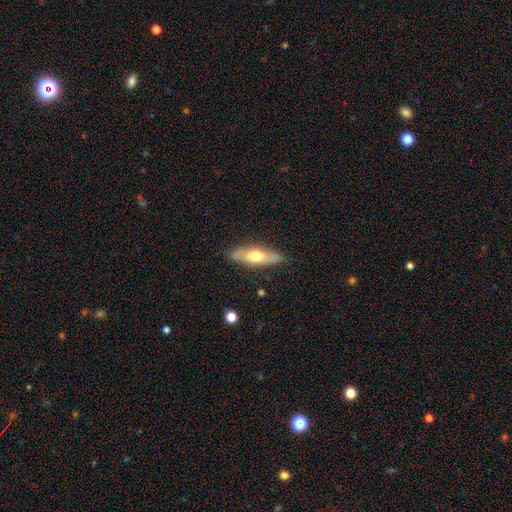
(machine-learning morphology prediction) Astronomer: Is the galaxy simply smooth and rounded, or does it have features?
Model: smooth — 53% (runner-up: featured or disk, 41%).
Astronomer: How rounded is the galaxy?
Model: cigar-shaped — 51% (runner-up: in between, 47%).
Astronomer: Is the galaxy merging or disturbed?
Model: none — 84%.